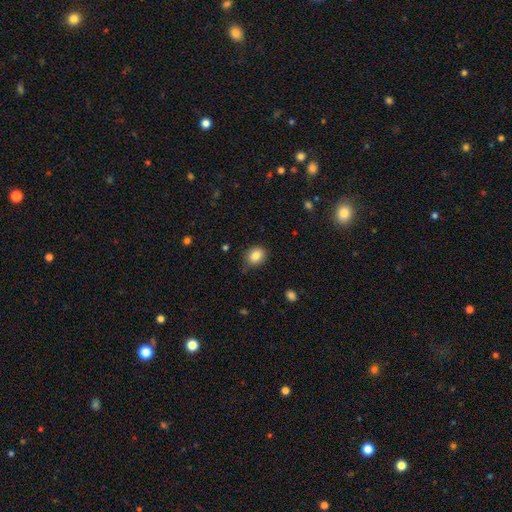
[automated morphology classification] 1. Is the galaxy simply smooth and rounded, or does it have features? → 85% smooth, 9% star or artifact, 6% featured or disk.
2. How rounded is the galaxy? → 53% round, 46% in between, 1% cigar-shaped.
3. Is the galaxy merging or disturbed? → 80% none, 16% minor disturbance, 3% major disturbance, 2% merger.